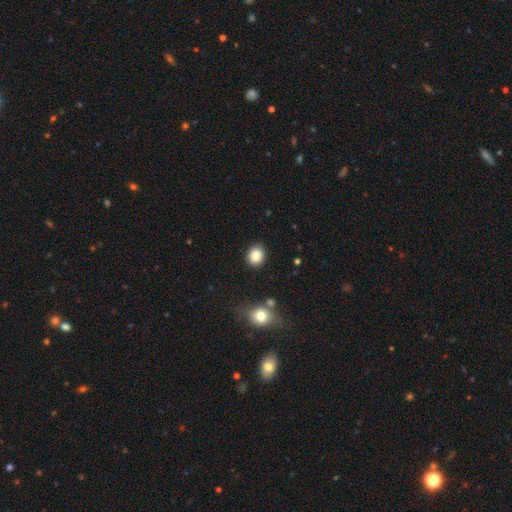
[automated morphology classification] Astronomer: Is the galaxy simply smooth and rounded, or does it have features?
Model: smooth — 85%.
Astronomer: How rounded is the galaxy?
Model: round — 69%.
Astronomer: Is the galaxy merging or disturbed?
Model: none — 89%.